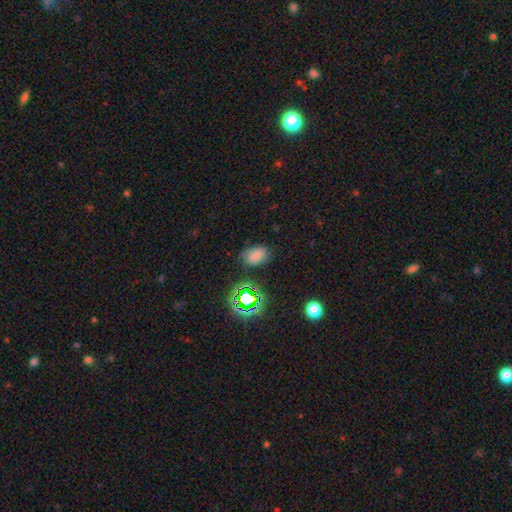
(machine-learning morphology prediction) smooth 67%, star or artifact 22%, featured or disk 12%. Down the decision tree: how rounded — in between (83%); merging — none (71%).